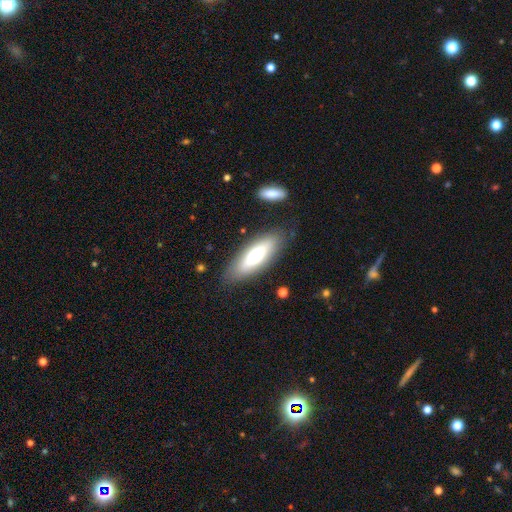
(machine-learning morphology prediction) Smooth or featured: smooth — 62% (featured or disk — 31%)
How rounded: in between — 65% (cigar-shaped — 32%)
Merging: none — 82% (minor disturbance — 11%)